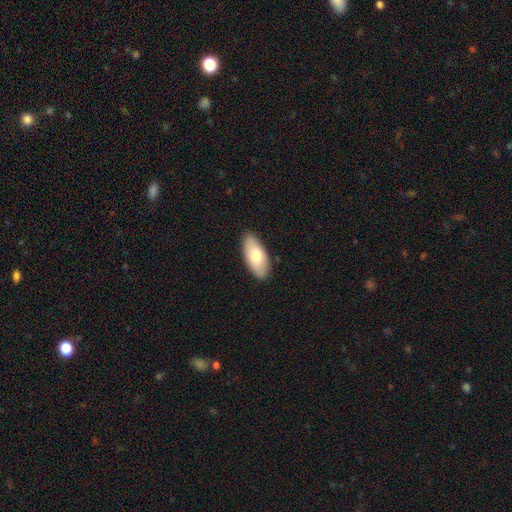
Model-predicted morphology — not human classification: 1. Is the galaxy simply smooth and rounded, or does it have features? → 74% smooth, 21% featured or disk, 5% star or artifact.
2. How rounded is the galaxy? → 91% in between, 7% cigar-shaped, 2% round.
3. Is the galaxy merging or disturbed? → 86% none, 11% minor disturbance, 2% major disturbance, 1% merger.